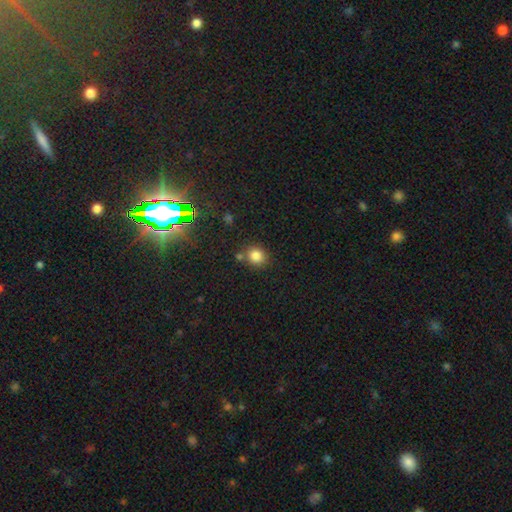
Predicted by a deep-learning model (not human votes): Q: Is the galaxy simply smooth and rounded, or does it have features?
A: smooth — 82%.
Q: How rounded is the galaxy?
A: round — 82%.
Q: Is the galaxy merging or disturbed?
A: none — 74%.